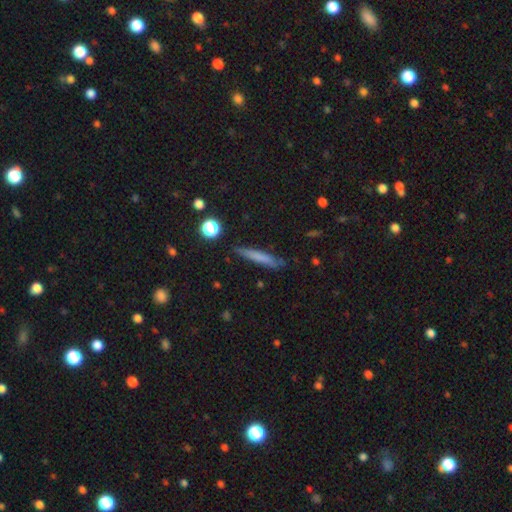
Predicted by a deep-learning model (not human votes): This is likely a smooth galaxy (67%). How rounded: clearly cigar-shaped (93%). Merging: clearly none (85%).